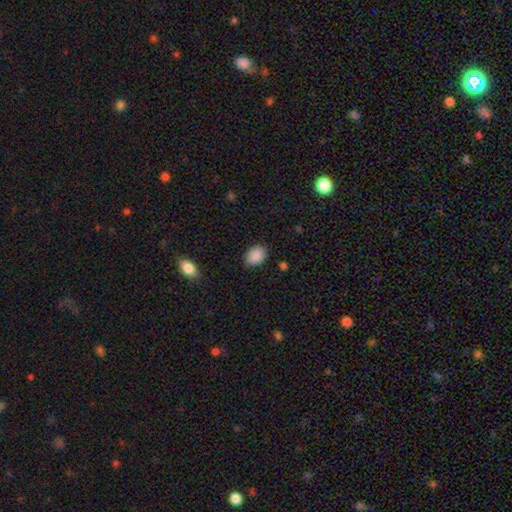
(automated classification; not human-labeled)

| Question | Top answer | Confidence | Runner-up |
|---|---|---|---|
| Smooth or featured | smooth | 89% | star or artifact (8%) |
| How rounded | in between | 79% | round (20%) |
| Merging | none | 85% | minor disturbance (11%) |